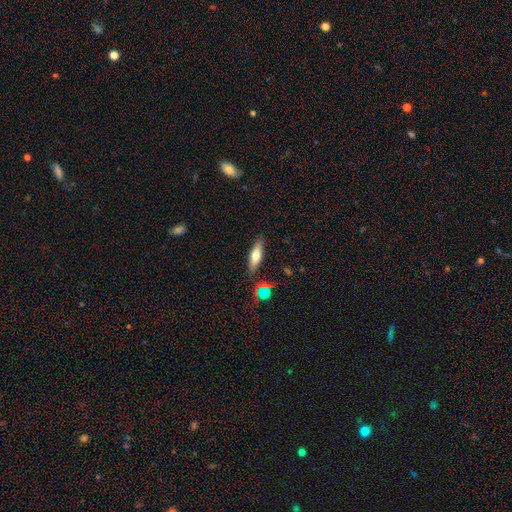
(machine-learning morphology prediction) smooth_or_featured: smooth (p=0.60) [alt: featured or disk p=0.32]
how_rounded: cigar-shaped (p=0.55) [alt: in between p=0.42]
merging: none (p=0.84) [alt: minor disturbance p=0.10]